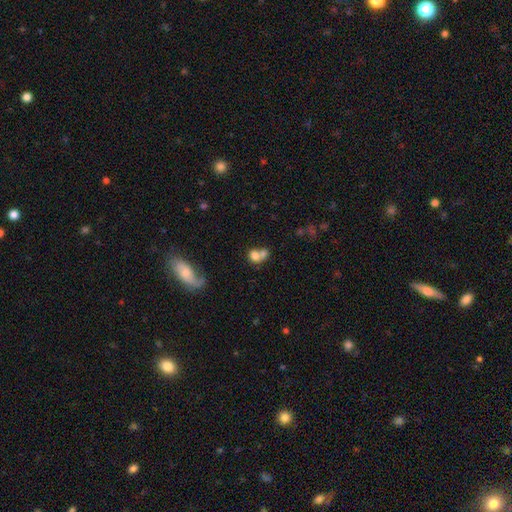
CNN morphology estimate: Smooth or featured? smooth (74%)
How rounded? round (60%)
Merging? merger (60%)